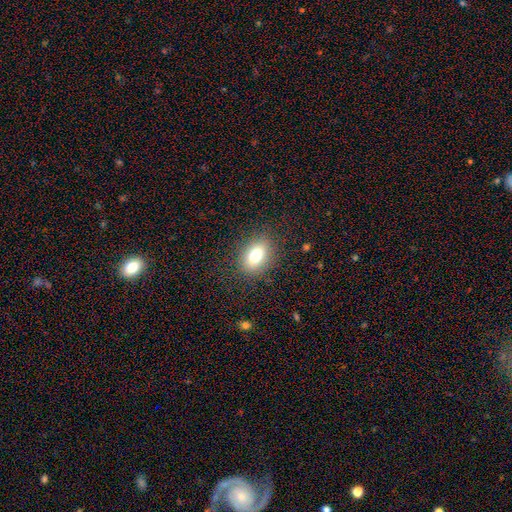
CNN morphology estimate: smooth 77%, featured or disk 13%, star or artifact 11%. Down the decision tree: how rounded — in between (75%); merging — none (84%).